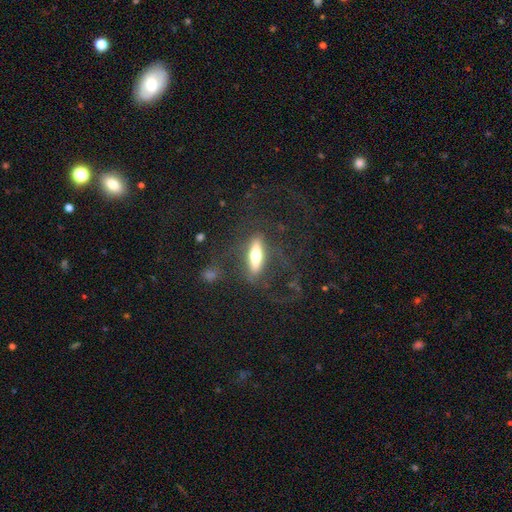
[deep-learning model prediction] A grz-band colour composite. It shows a featured or disk galaxy (51%) viewed edge-on (66%). Merging: none (59%).